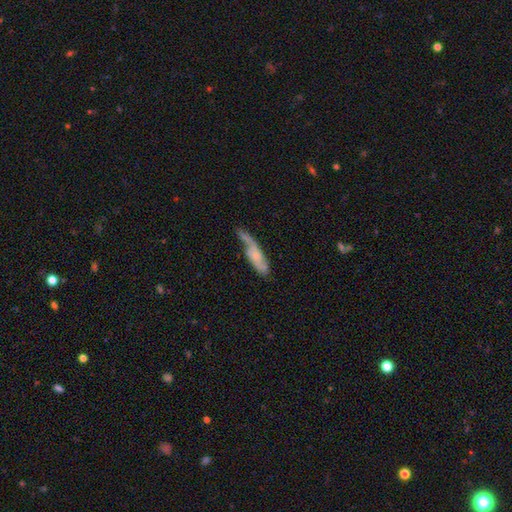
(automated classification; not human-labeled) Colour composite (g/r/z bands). It shows a featured or disk galaxy (63%) with no bar (68%), spiral arms (86%) and a small central bulge (63%). Merging: none (40%).